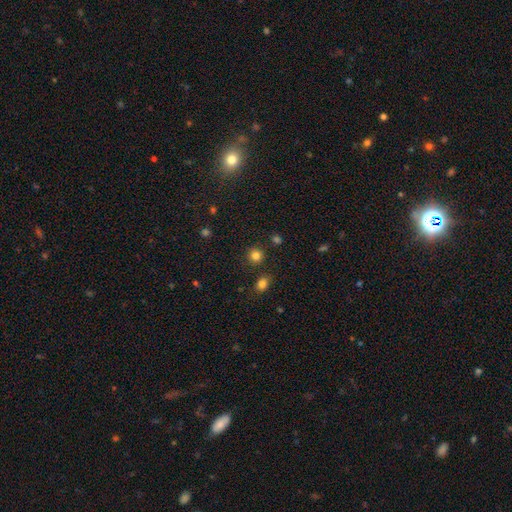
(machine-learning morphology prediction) smooth_or_featured: smooth (p=0.83) [alt: star or artifact p=0.13]
how_rounded: round (p=0.90) [alt: in between p=0.09]
merging: none (p=0.86) [alt: minor disturbance p=0.07]